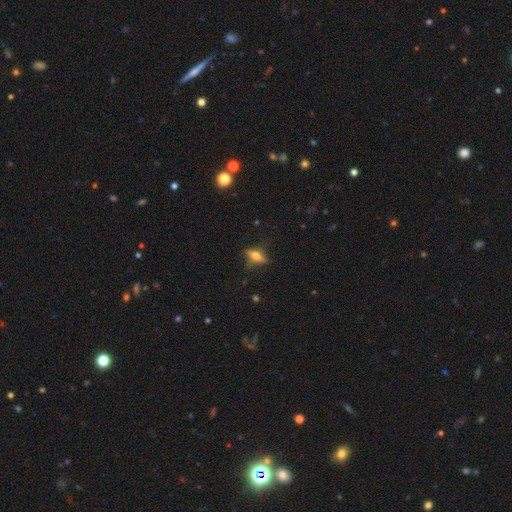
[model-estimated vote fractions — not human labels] The model was most divided on "smooth or featured": featured or disk: 51%, smooth: 38%, star or artifact: 11%. More confident: edge-on disk — yes (89%); merging — none (74%).